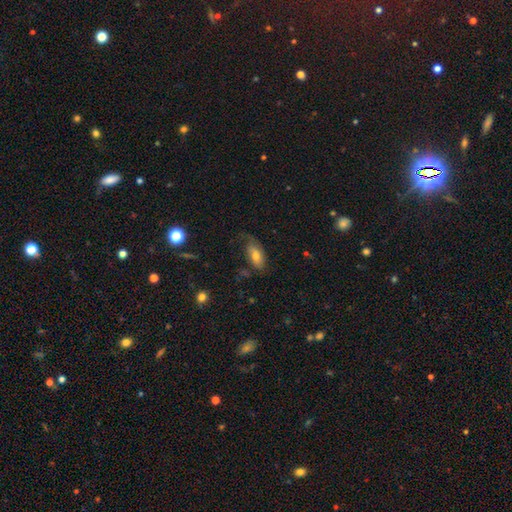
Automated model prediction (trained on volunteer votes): A smooth galaxy with no disk features (62%) that is in between round and cigar-shaped (87%). Merging: none (52%).